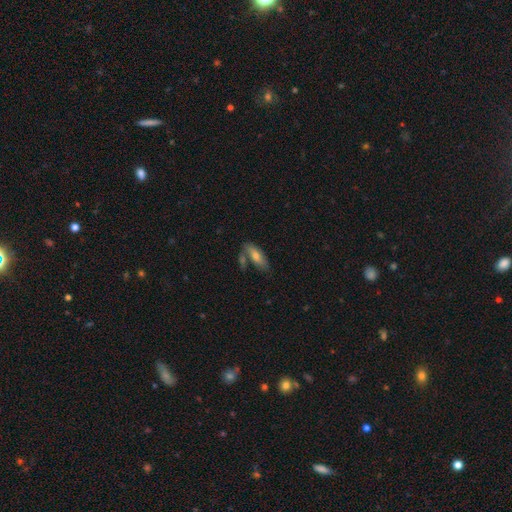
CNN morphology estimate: This is likely a smooth galaxy (61%). How rounded: likely in between (66%). Merging: possibly none (55%).